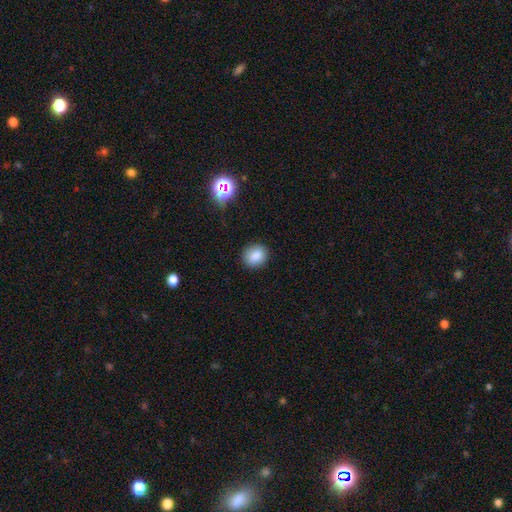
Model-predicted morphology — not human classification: This is clearly a smooth galaxy (85%). How rounded: likely round (69%). Merging: clearly none (87%).